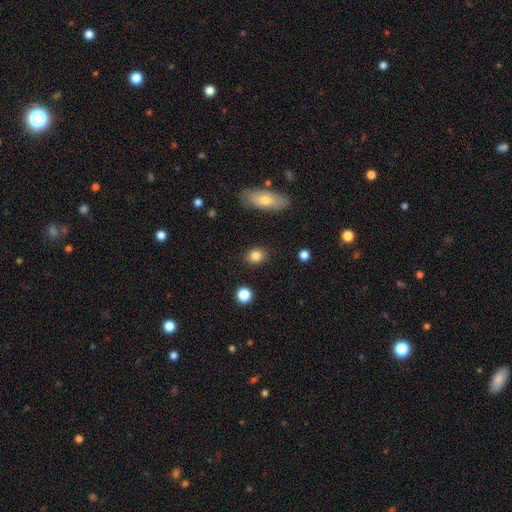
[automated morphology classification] smooth 84%, star or artifact 9%, featured or disk 7%. Down the decision tree: how rounded — round (52%); merging — none (86%).